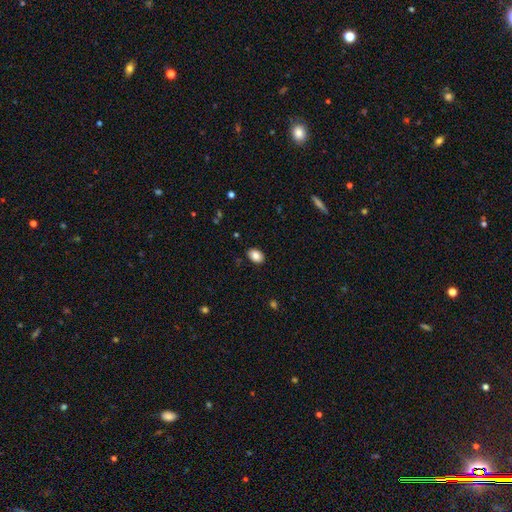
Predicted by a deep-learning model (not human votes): Overall: smooth (87%). How rounded: in between (83%). Merging: none (88%).